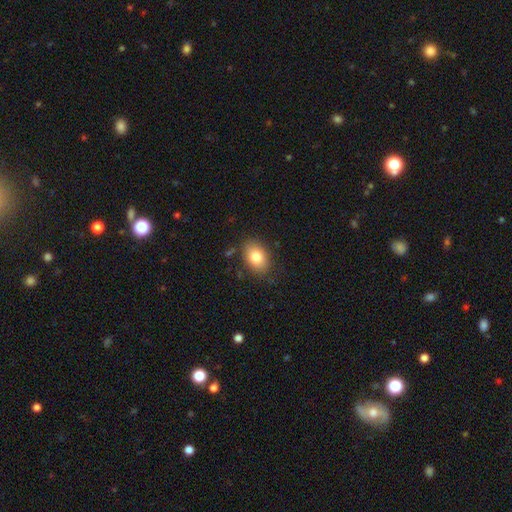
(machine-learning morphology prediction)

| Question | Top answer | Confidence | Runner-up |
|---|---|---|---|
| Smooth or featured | smooth | 82% | featured or disk (10%) |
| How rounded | in between | 84% | round (15%) |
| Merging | none | 81% | minor disturbance (13%) |